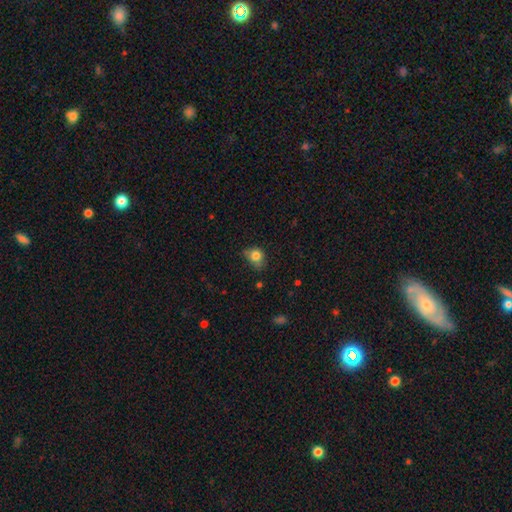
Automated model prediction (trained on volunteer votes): This appears to be a smooth galaxy with no disk features (80%) that is round (60%). Merging: none (49%).